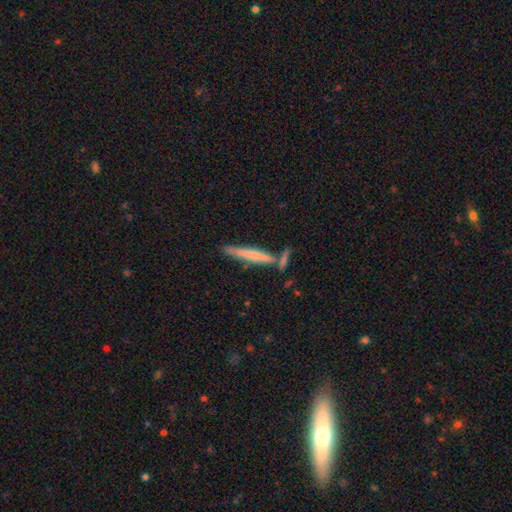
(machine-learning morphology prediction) Smooth or featured? Predicted: smooth (p=0.59). How rounded? Predicted: cigar-shaped (p=0.95). Merging? Predicted: none (p=0.65).